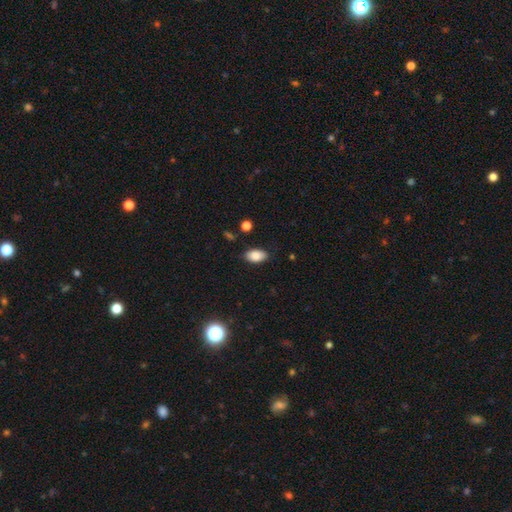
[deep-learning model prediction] Overall: smooth (86%). How rounded: in between (92%). Merging: none (83%).